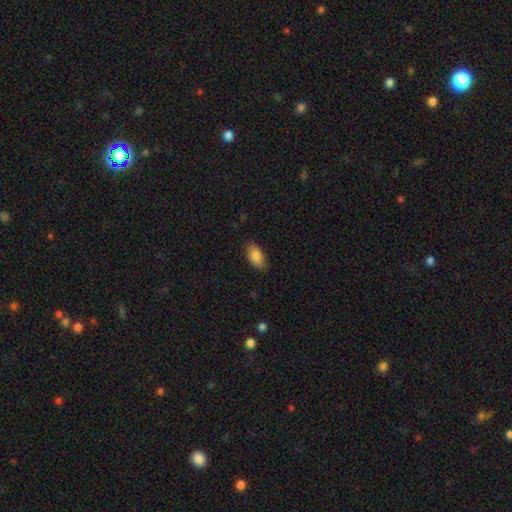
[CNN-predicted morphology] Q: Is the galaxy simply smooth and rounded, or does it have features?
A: smooth — 84%.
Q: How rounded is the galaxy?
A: in between — 90%.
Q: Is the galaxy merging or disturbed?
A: none — 84%.